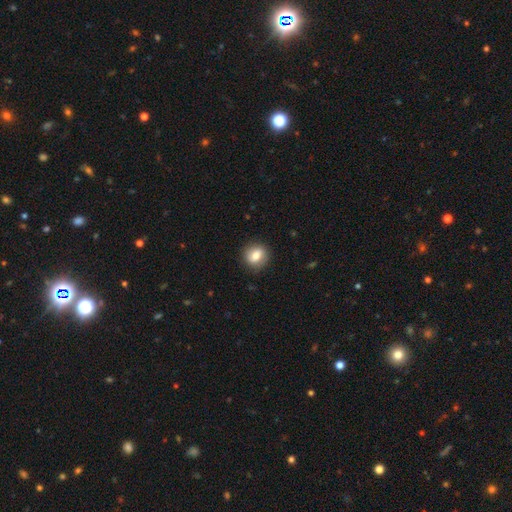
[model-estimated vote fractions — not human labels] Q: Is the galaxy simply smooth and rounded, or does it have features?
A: smooth — 73%.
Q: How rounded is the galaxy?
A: round — 76%.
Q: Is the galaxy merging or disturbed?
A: none — 86%.